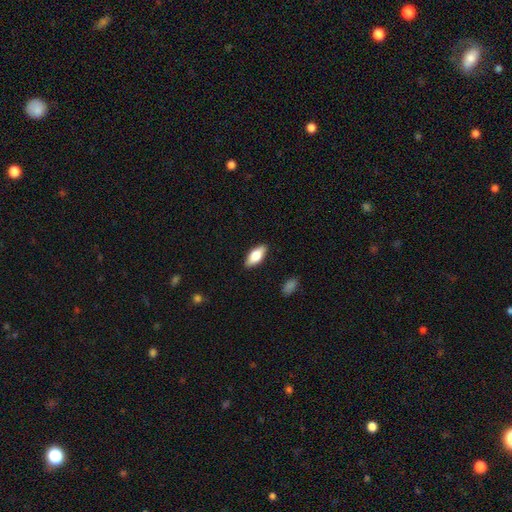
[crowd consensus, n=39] Smooth or featured: smooth — 69% (featured or disk — 26%)
How rounded: in between — 85% (cigar-shaped — 15%)
Merging: none — 86% (minor disturbance — 11%)